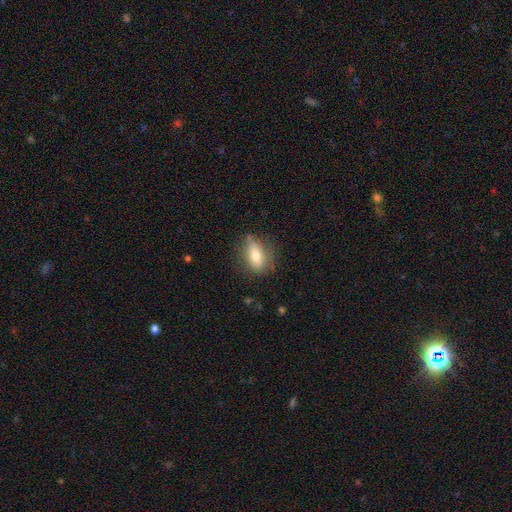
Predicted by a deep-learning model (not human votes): This appears to be a smooth galaxy with no disk features (66%) that is in between round and cigar-shaped (73%). Merging: none (71%).